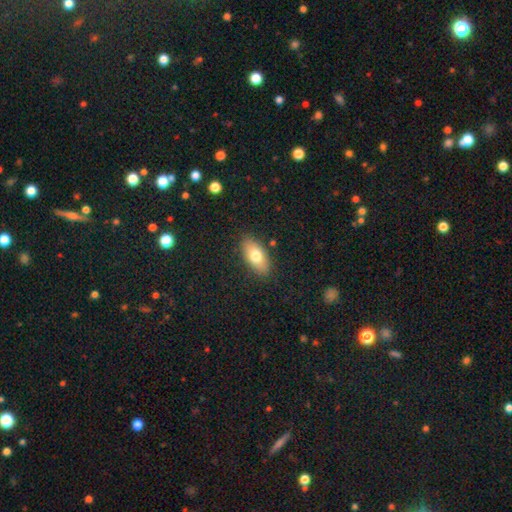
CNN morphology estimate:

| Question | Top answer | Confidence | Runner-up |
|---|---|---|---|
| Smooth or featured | smooth | 72% | featured or disk (21%) |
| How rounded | in between | 90% | cigar-shaped (6%) |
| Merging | none | 86% | minor disturbance (10%) |